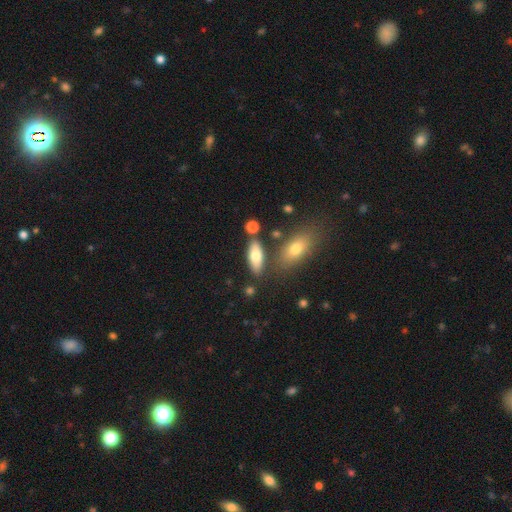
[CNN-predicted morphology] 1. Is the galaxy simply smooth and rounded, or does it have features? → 72% smooth, 21% featured or disk, 7% star or artifact.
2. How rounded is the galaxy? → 76% in between, 20% cigar-shaped, 3% round.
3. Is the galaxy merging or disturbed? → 71% none, 13% minor disturbance, 12% merger, 4% major disturbance.